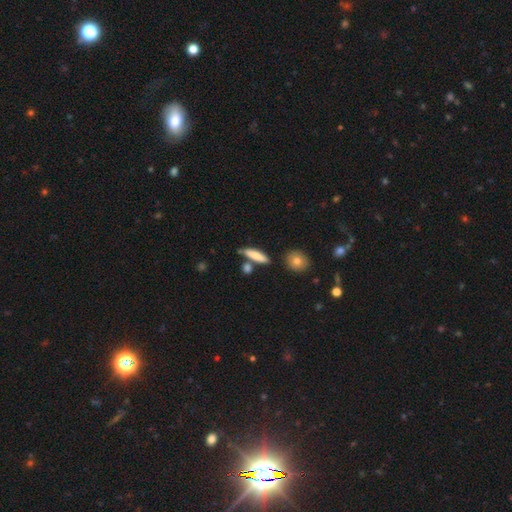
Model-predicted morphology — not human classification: Smooth or featured? Predicted: smooth (p=0.76). How rounded? Predicted: cigar-shaped (p=0.63). Merging? Predicted: none (p=0.70).